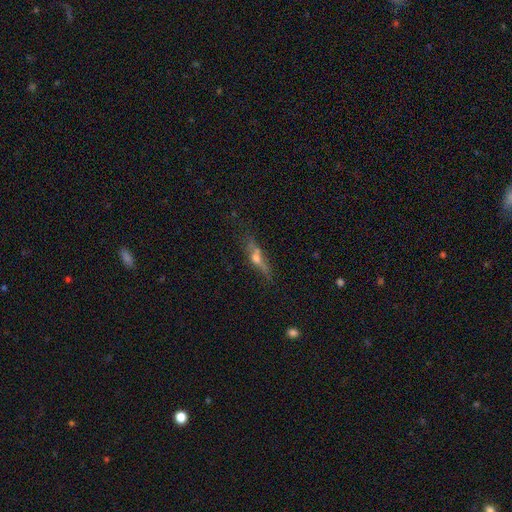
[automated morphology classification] Smooth or featured?
  - featured or disk: 56% *
  - smooth: 33%
  - star or artifact: 11%
Edge-on disk?
  - yes: 80% *
  - no: 20%
Merging?
  - none: 61% *
  - minor disturbance: 21%
  - major disturbance: 10%
  - merger: 8%